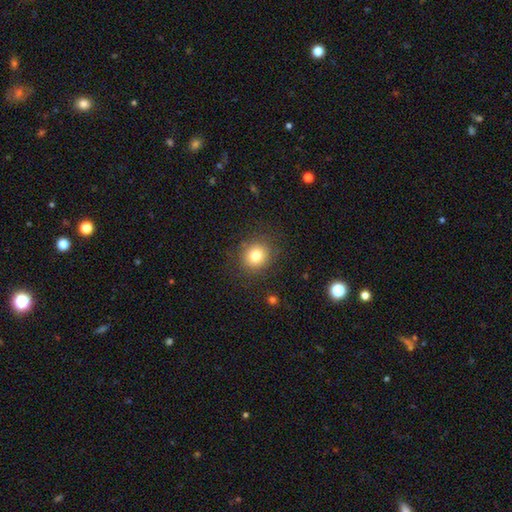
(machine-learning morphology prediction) Smooth or featured?
  - smooth: 79% *
  - star or artifact: 12%
  - featured or disk: 9%
How rounded?
  - round: 83% *
  - in between: 16%
  - cigar-shaped: 1%
Merging?
  - none: 86% *
  - minor disturbance: 9%
  - major disturbance: 4%
  - merger: 1%